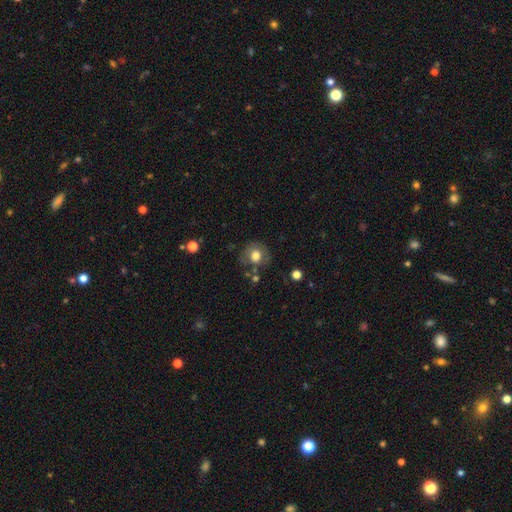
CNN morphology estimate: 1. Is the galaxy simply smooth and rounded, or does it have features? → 70% smooth, 20% featured or disk, 9% star or artifact.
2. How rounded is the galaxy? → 81% round, 18% in between, 1% cigar-shaped.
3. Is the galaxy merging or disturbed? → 69% none, 18% minor disturbance, 7% major disturbance, 5% merger.